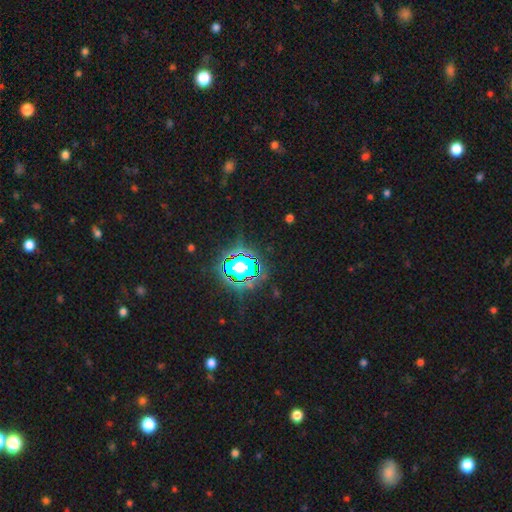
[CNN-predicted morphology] Smooth or featured: star or artifact — 81% (smooth — 12%)